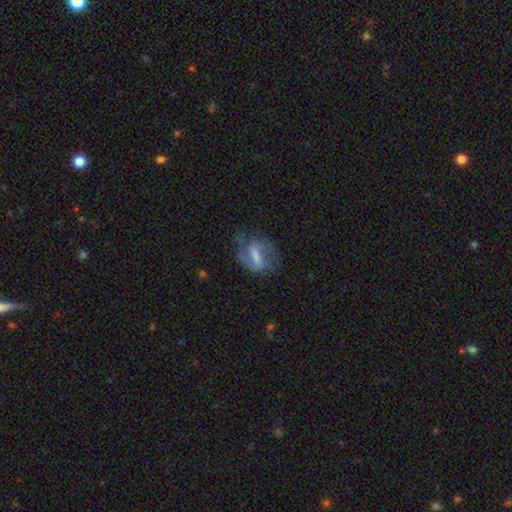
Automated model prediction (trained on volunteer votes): A featured or disk galaxy (67%) with a strong bar (48%), 2 (75%) medium (47%) spiral arms (82%) and a small central bulge (33%).

Vote fractions:
- Smooth or featured? featured or disk: 67% / smooth: 25% / star or artifact: 8%
- Edge-on disk? no: 95% / yes: 5%
- Bar? strong: 48% / weak: 39% / no: 13%
- Spiral arms? yes: 82% / no: 18%
- Spiral winding? medium: 47% / loose: 30% / tight: 23%
- Spiral arm count? 2: 75% / can't tell: 12% / 1: 8% / 3: 2% / 4: 1% / more than 4: 1%
- Bulge size? small: 33% / moderate: 31% / none: 27% / large: 8% / dominant: 1%
- Merging? none: 61% / minor disturbance: 22% / major disturbance: 15% / merger: 2%